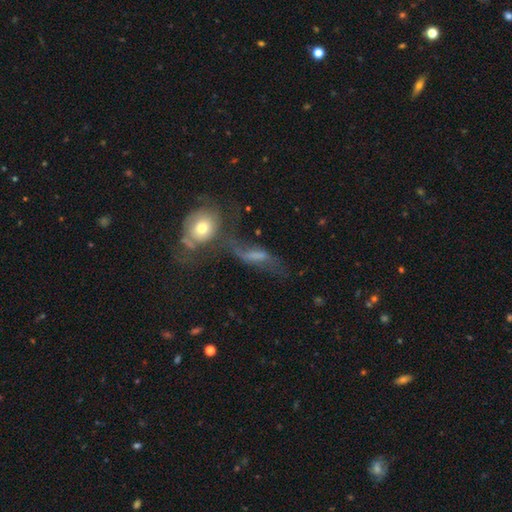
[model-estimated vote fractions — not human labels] smooth_or_featured: featured or disk (p=0.52) [alt: smooth p=0.35]
disk_edge_on: no (p=0.85) [alt: yes p=0.15]
merging: none (p=0.30) [alt: merger p=0.29]